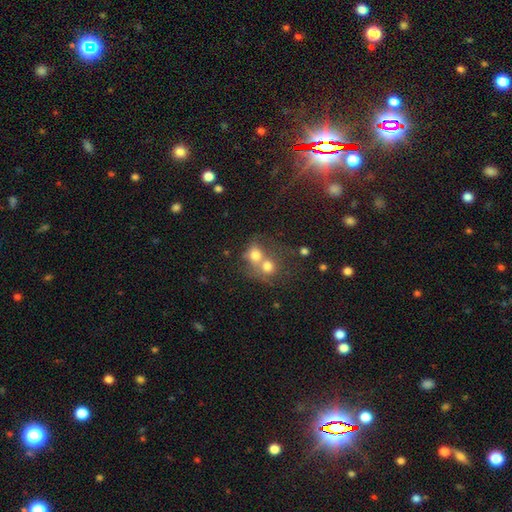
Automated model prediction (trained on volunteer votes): Overall: smooth (71%). How rounded: round (63%; in between 36%). Merging: merger (65%).